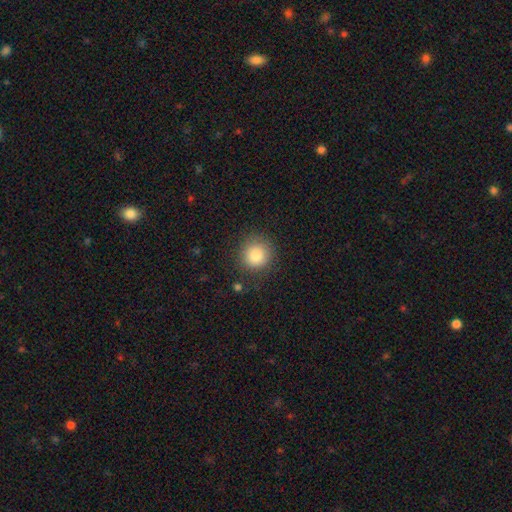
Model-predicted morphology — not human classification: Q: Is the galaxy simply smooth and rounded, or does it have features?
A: smooth — 85%.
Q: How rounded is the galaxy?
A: round — 93%.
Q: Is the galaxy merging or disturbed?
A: none — 83%.